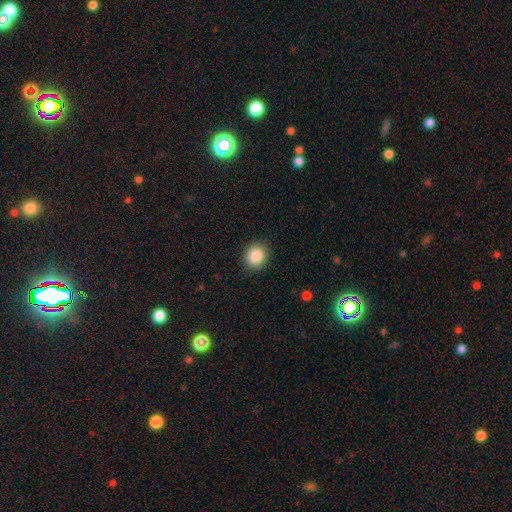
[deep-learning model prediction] Q: Smooth or featured?
A: smooth (87%); runner-up: star or artifact (9%)
Q: How rounded?
A: round (78%); runner-up: in between (21%)
Q: Merging?
A: none (88%); runner-up: minor disturbance (9%)